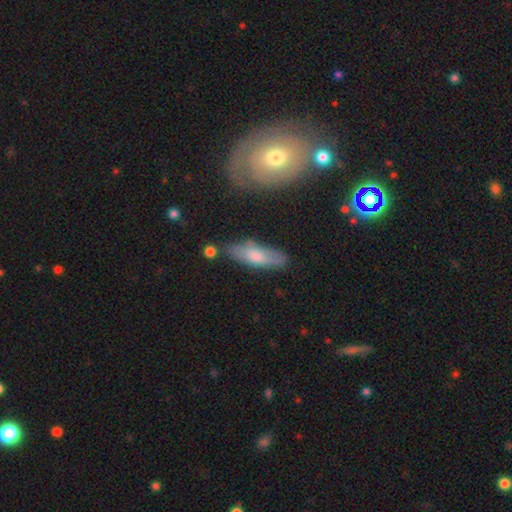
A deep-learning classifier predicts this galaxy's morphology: Overall: smooth (57%; featured or disk 36%). How rounded: in between (50%; cigar-shaped 48%). Merging: none (72%).